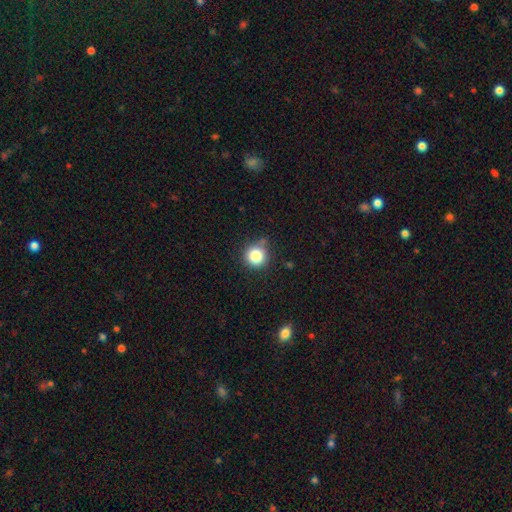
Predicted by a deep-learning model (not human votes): Smooth or featured? smooth (84%)
How rounded? round (93%)
Merging? none (78%)